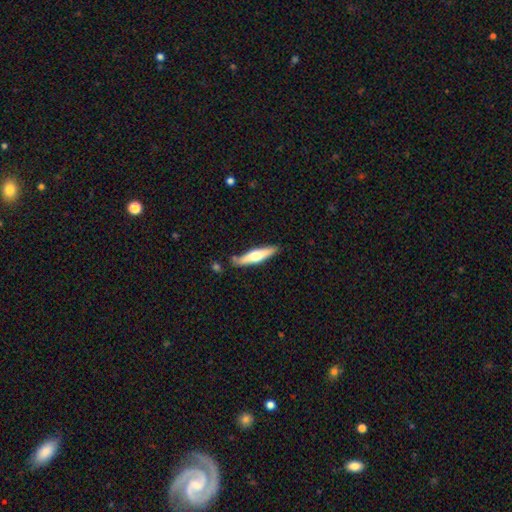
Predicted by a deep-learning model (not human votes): smooth 49%, featured or disk 47%, star or artifact 5%. Down the decision tree: merging — none (82%).